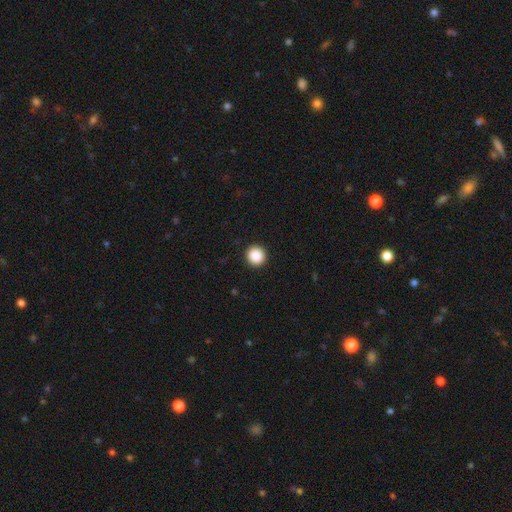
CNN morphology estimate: smooth 89%, star or artifact 9%, featured or disk 2%. Down the decision tree: how rounded — round (95%); merging — none (93%).